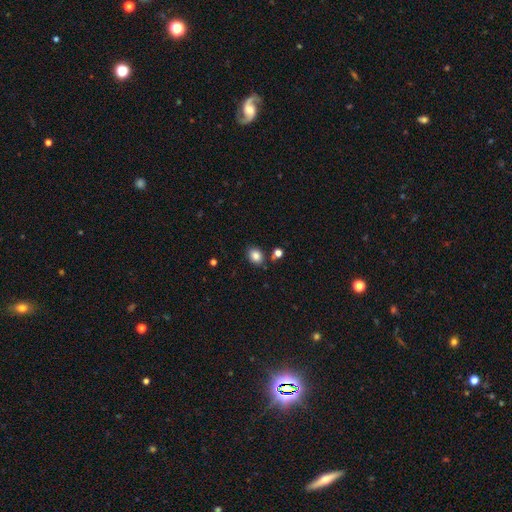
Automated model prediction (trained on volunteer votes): Morphology: type=smooth (84%); roundness=in between (61%); merging=none (79%).